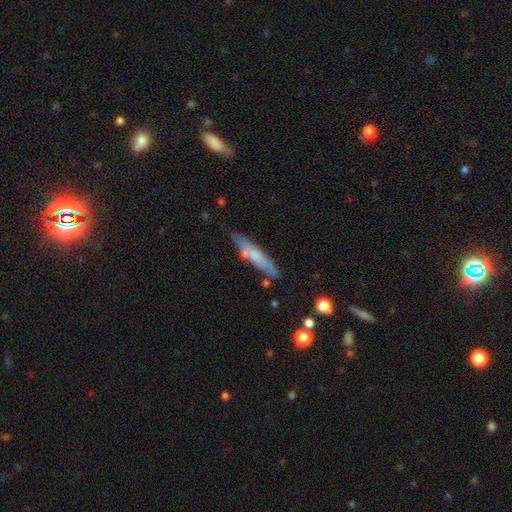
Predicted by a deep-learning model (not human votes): Overall: smooth (60%; featured or disk 33%). How rounded: cigar-shaped (86%). Merging: none (72%).